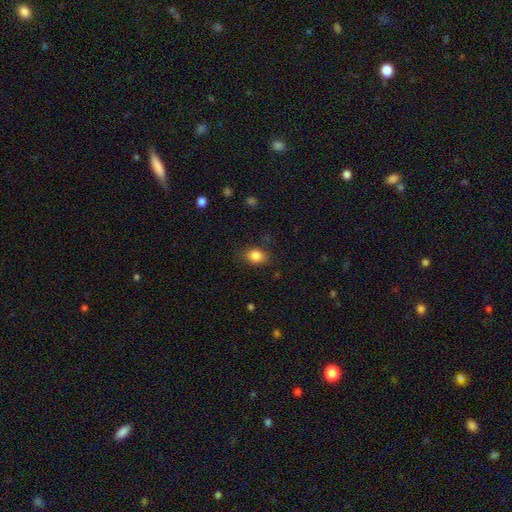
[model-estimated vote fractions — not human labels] This appears to be a smooth galaxy with no disk features (85%) that is in between round and cigar-shaped (69%). Merging: none (82%).